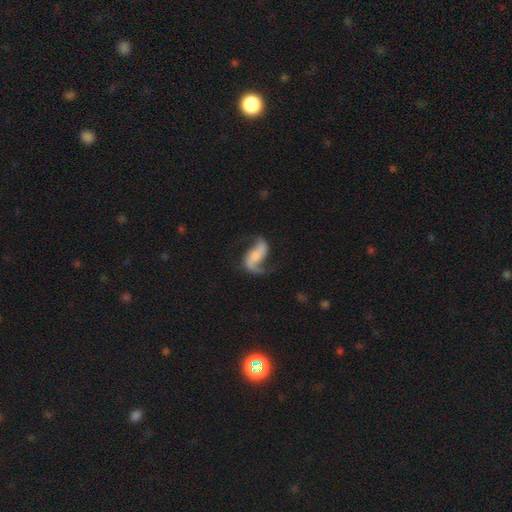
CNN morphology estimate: Q: Smooth or featured?
A: featured or disk (83%); runner-up: smooth (11%)
Q: Edge-on disk?
A: no (97%); runner-up: yes (3%)
Q: Bar?
A: no (39%); runner-up: weak (34%)
Q: Spiral arms?
A: yes (95%); runner-up: no (5%)
Q: Spiral winding?
A: loose (75%); runner-up: medium (20%)
Q: Spiral arm count?
A: 2 (88%); runner-up: 1 (7%)
Q: Bulge size?
A: small (33%); runner-up: none (30%)
Q: Merging?
A: none (67%); runner-up: minor disturbance (16%)